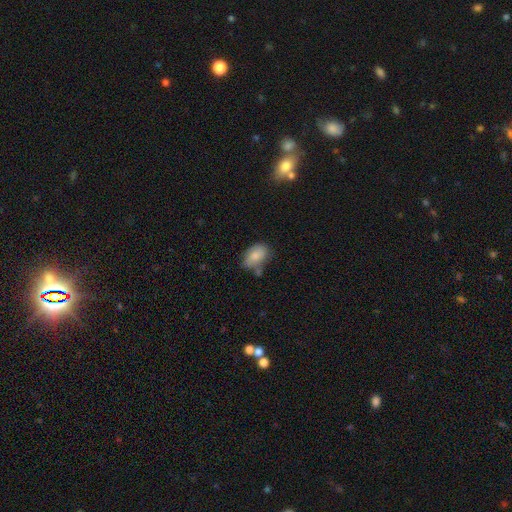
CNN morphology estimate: A smooth galaxy with no disk features (80%) that is in between round and cigar-shaped (89%).

Vote fractions:
- Smooth or featured? smooth: 80% / featured or disk: 12% / star or artifact: 8%
- How rounded? in between: 89% / round: 9% / cigar-shaped: 2%
- Merging? none: 53% / minor disturbance: 28% / merger: 11% / major disturbance: 8%